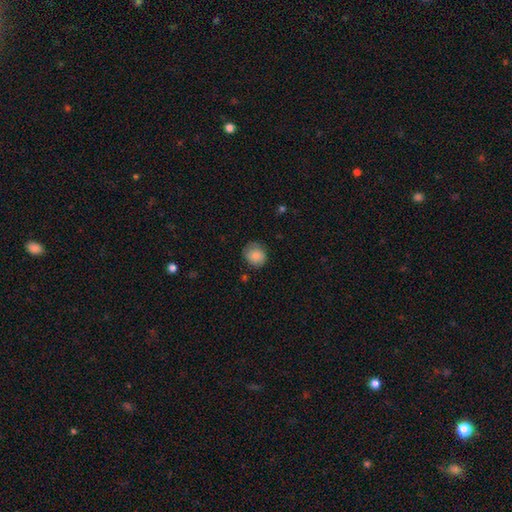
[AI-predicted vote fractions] A smooth galaxy with no disk features (83%) that is round (77%).

Vote fractions:
- Smooth or featured? smooth: 83% / featured or disk: 9% / star or artifact: 8%
- How rounded? round: 77% / in between: 22% / cigar-shaped: 1%
- Merging? none: 75% / minor disturbance: 19% / major disturbance: 4% / merger: 1%